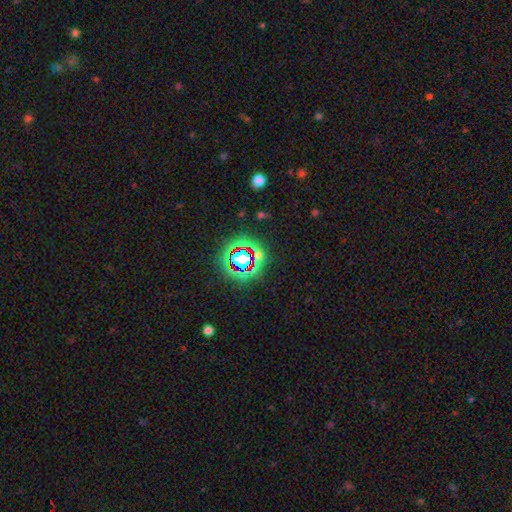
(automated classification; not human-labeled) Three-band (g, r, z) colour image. It shows a star or artifact, not a galaxy (75%).